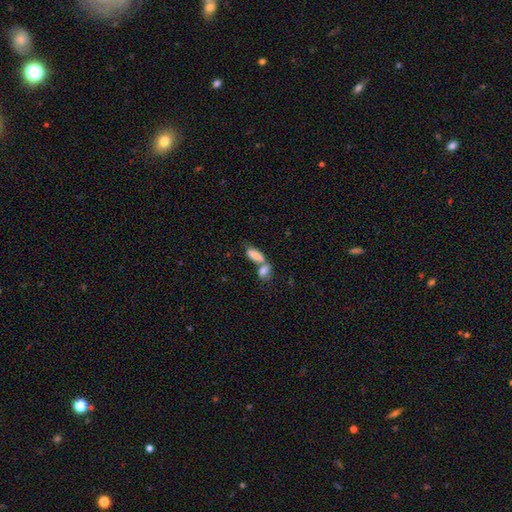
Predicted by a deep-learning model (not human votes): smooth 83%, featured or disk 10%, star or artifact 7%. Down the decision tree: how rounded — in between (82%); merging — merger (60%).